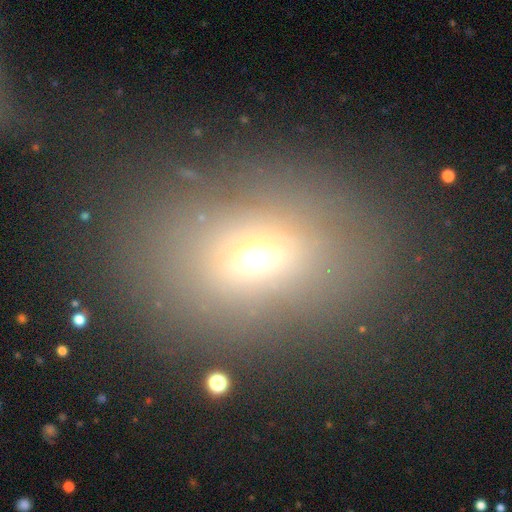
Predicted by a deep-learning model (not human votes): A smooth galaxy with no disk features (63%) that is in between round and cigar-shaped (60%). Merging: none (74%).